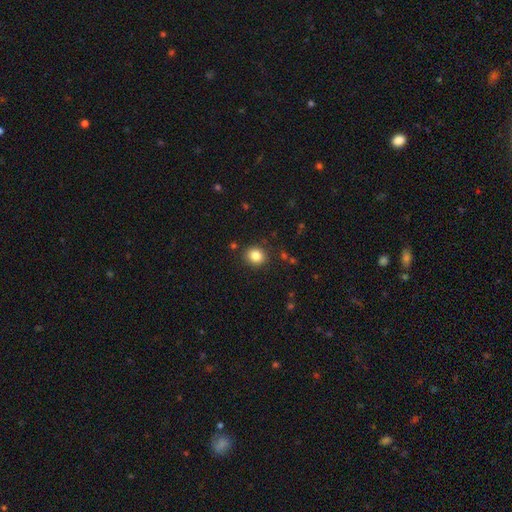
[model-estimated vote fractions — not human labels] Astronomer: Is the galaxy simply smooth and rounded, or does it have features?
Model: smooth — 84%.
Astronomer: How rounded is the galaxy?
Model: round — 76%.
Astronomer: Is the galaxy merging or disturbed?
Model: none — 88%.